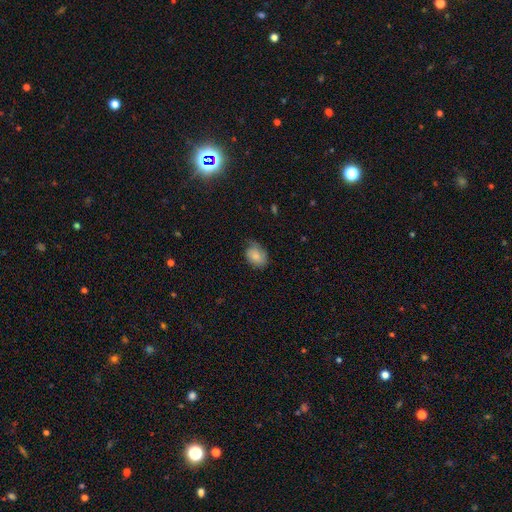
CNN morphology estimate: Overall: smooth (73%). How rounded: in between (75%). Merging: none (57%; minor disturbance 32%).